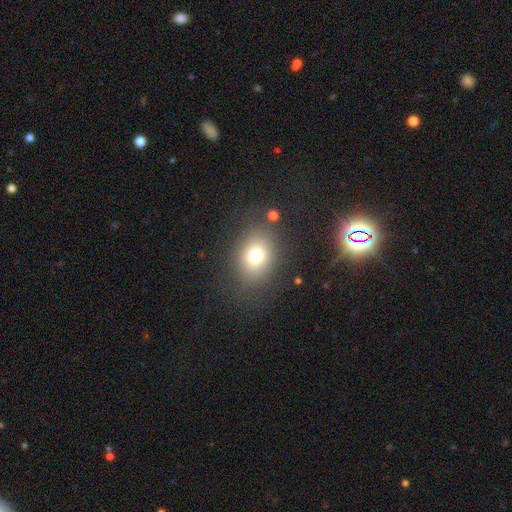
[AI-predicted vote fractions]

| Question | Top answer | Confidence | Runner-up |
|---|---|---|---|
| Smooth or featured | smooth | 74% | star or artifact (14%) |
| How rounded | in between | 52% | round (47%) |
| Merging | none | 79% | minor disturbance (11%) |